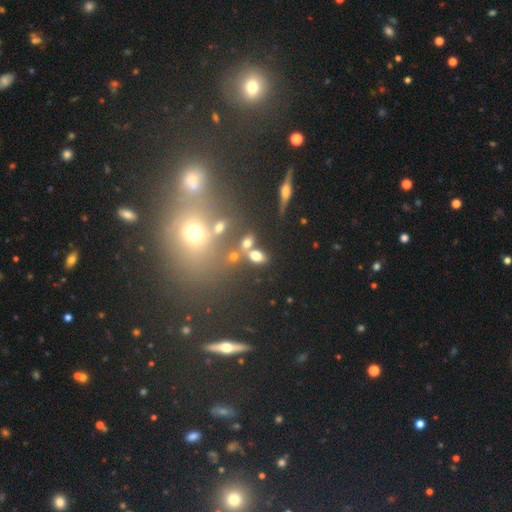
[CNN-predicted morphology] This appears to be a smooth galaxy with no disk features (69%) that is in between round and cigar-shaped (84%). Merging: none (59%).